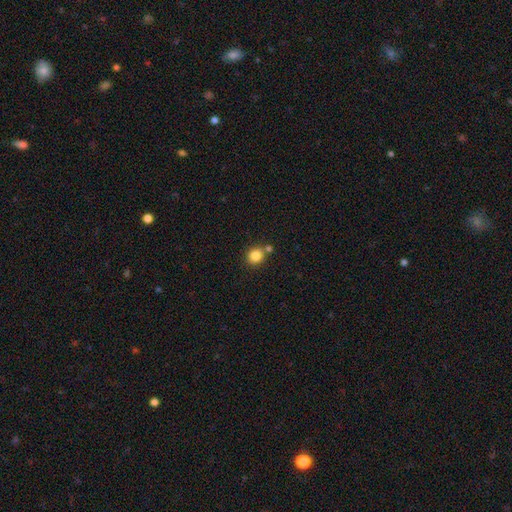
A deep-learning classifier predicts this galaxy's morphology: Smooth or featured?
  - smooth: 84% *
  - star or artifact: 11%
  - featured or disk: 5%
How rounded?
  - round: 84% *
  - in between: 15%
  - cigar-shaped: 1%
Merging?
  - none: 71% *
  - merger: 17%
  - minor disturbance: 10%
  - major disturbance: 3%